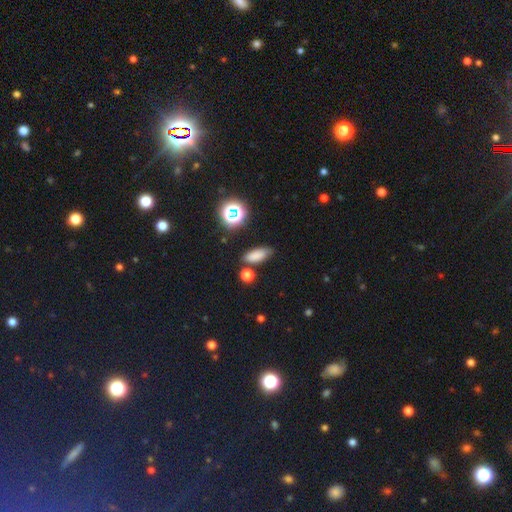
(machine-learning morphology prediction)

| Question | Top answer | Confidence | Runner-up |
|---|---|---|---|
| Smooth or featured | smooth | 79% | star or artifact (14%) |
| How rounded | in between | 71% | cigar-shaped (22%) |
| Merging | none | 76% | minor disturbance (14%) |